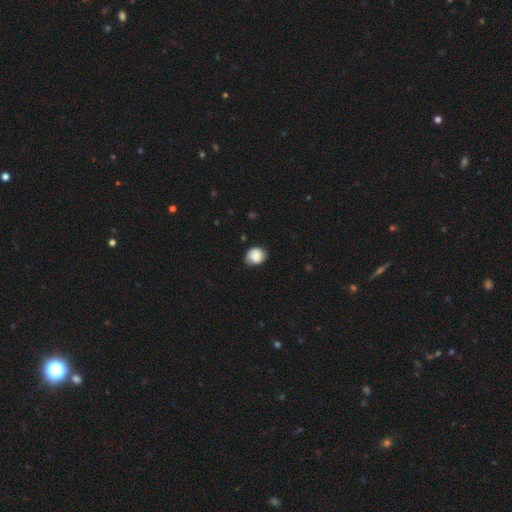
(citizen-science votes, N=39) smooth 85%, featured or disk 8%, star or artifact 8%. Down the decision tree: how rounded — round (67%); merging — none (67%).